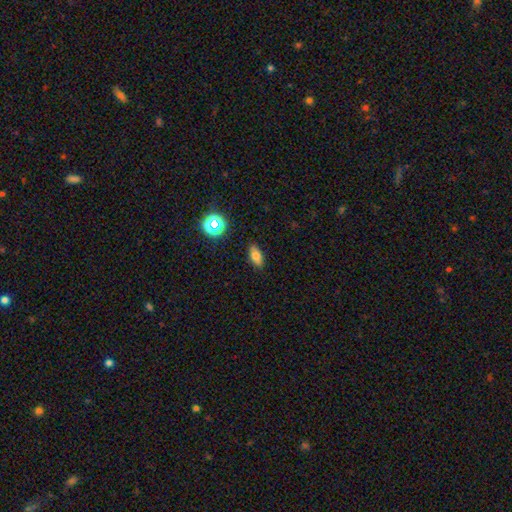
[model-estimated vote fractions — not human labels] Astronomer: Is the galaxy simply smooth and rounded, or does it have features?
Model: smooth — 73%.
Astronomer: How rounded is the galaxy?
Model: in between — 81%.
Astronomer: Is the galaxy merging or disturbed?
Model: none — 87%.